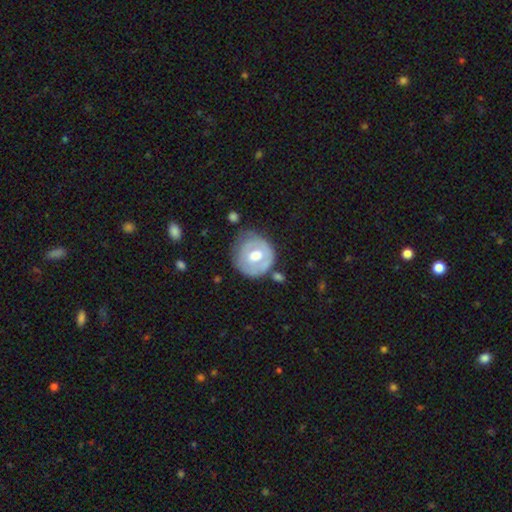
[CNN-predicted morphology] This is possibly a featured or disk galaxy (51%). It is clearly not viewed edge-on (96%). Merging: likely none (62%).